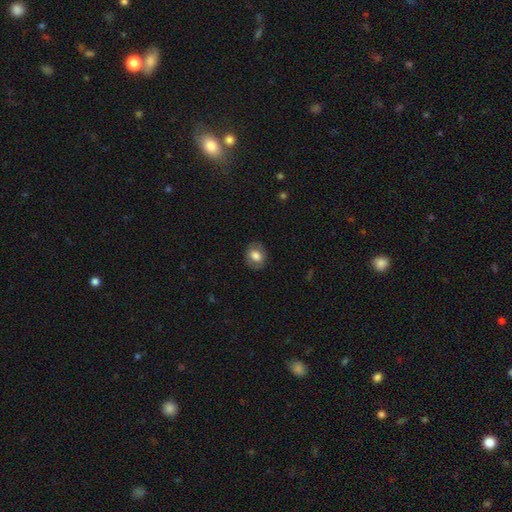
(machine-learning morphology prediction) This appears to be a smooth galaxy with no disk features (71%) that is in between round and cigar-shaped (52%). Merging: none (82%).